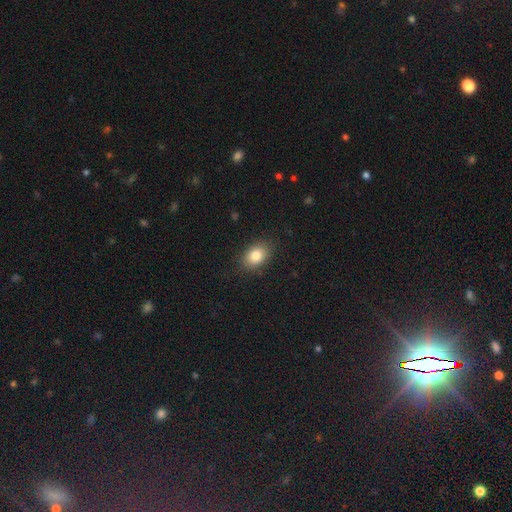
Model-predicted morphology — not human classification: This appears to be a smooth galaxy with no disk features (83%) that is in between round and cigar-shaped (78%). Merging: none (85%).